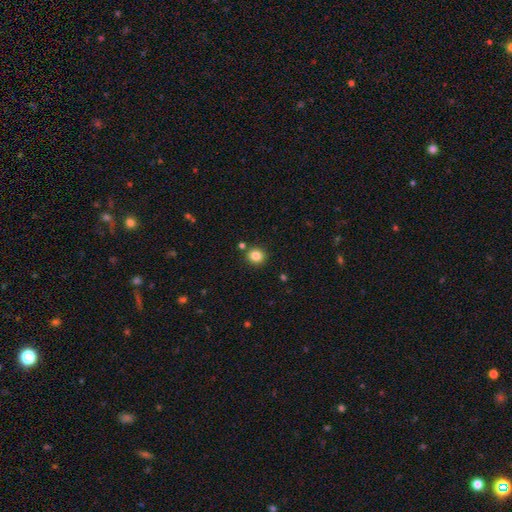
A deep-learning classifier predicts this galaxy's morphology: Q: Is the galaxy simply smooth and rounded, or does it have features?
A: smooth — 84%.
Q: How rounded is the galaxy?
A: round — 89%.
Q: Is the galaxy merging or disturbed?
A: none — 86%.